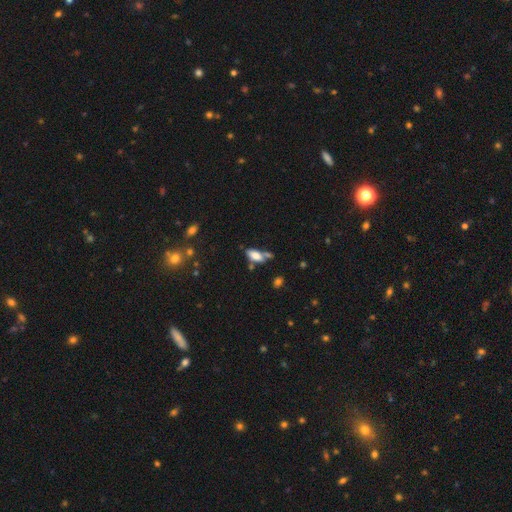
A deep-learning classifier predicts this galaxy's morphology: Smooth or featured?
  - smooth: 76% *
  - featured or disk: 16%
  - star or artifact: 9%
How rounded?
  - in between: 85% *
  - cigar-shaped: 12%
  - round: 3%
Merging?
  - none: 53% *
  - merger: 21%
  - minor disturbance: 20%
  - major disturbance: 7%